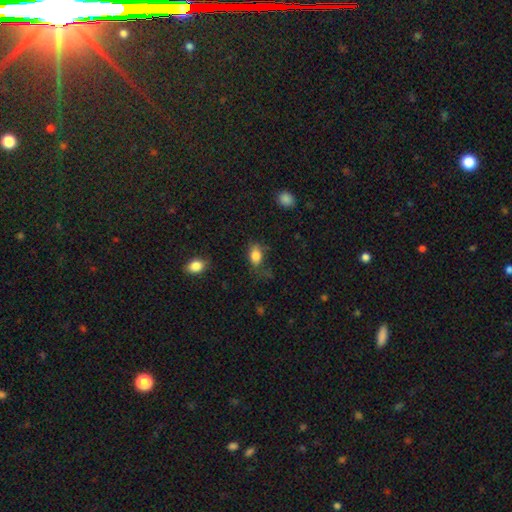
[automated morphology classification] Smooth or featured: smooth — 83% (star or artifact — 9%)
How rounded: in between — 82% (round — 16%)
Merging: none — 63% (minor disturbance — 26%)